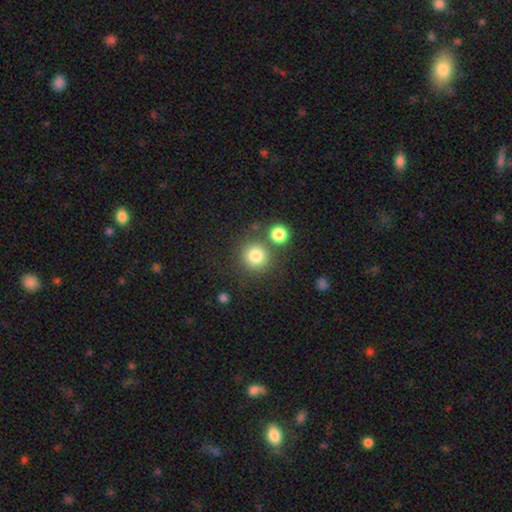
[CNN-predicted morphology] This appears to be a smooth galaxy with no disk features (80%) that is round (93%). Merging: none (73%).